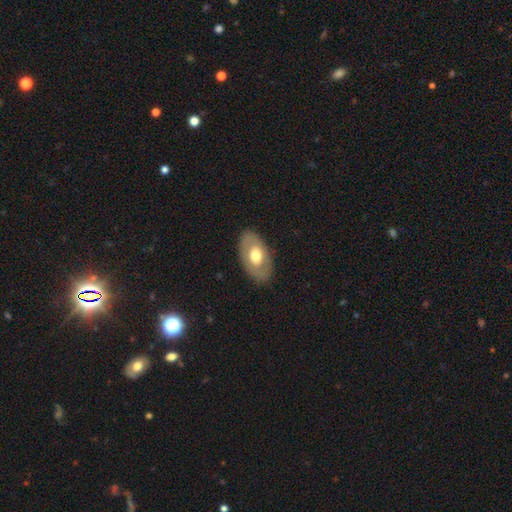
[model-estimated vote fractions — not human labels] Smooth or featured? smooth (53%)
How rounded? in between (90%)
Merging? none (84%)